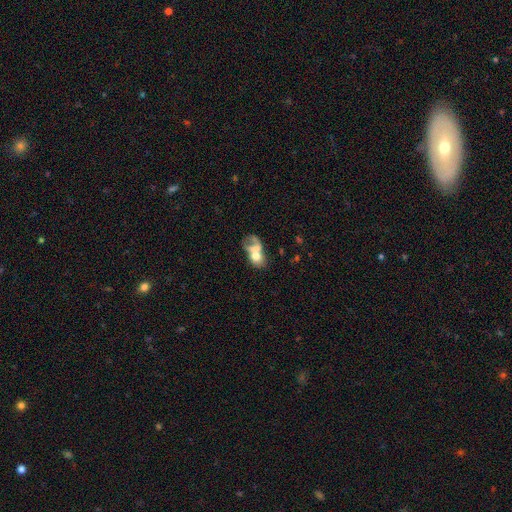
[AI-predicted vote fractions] Morphology: type=smooth (54%); roundness=in between (71%); merging=merger (55%).